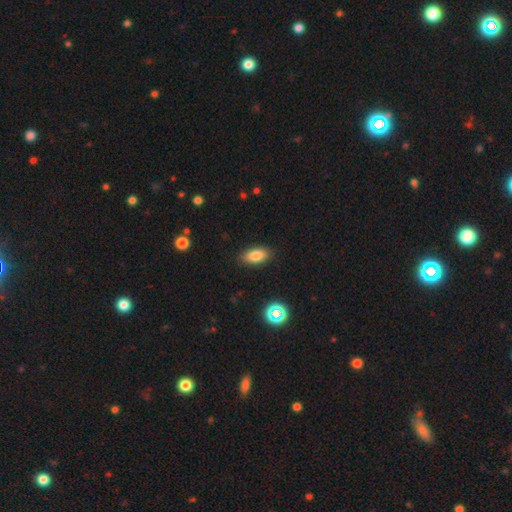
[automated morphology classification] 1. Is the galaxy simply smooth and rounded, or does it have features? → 81% smooth, 9% star or artifact, 9% featured or disk.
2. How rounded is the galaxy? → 88% in between, 8% cigar-shaped, 4% round.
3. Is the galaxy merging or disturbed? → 87% none, 9% minor disturbance, 2% major disturbance, 1% merger.